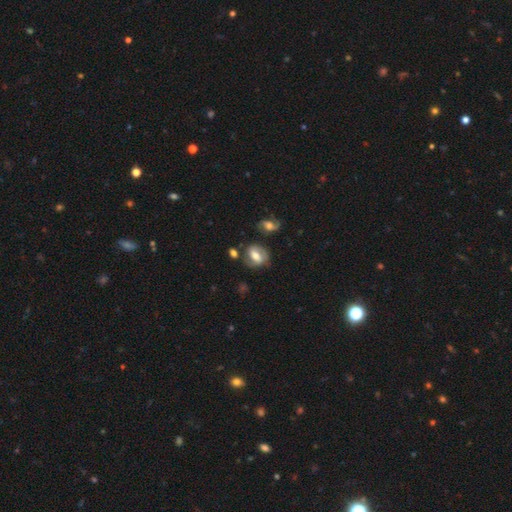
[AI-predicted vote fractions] This appears to be a featured or disk galaxy (46%). Merging: none (60%).